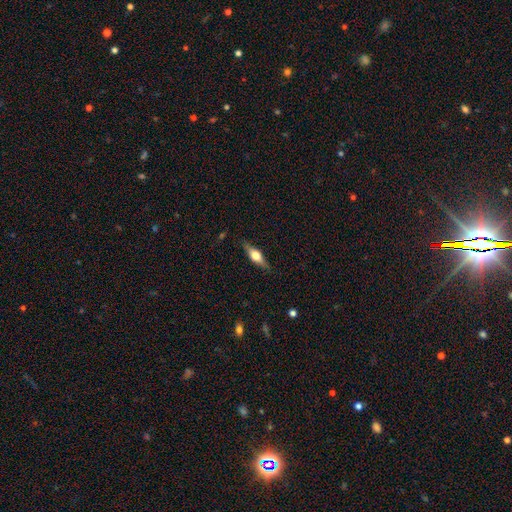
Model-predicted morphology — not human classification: Smooth or featured? Predicted: featured or disk (p=0.54). Edge-on disk? Predicted: yes (p=0.93). Edge-on bulge? Predicted: rounded (p=0.92). Merging? Predicted: none (p=0.85).